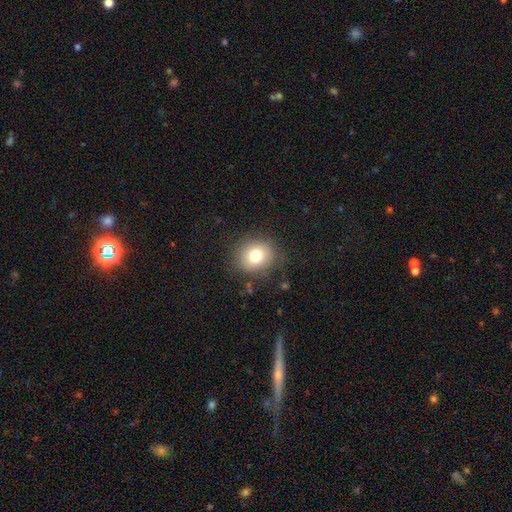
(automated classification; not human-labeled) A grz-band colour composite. It shows a smooth galaxy with no disk features (77%) that is round (76%). Merging: none (84%).